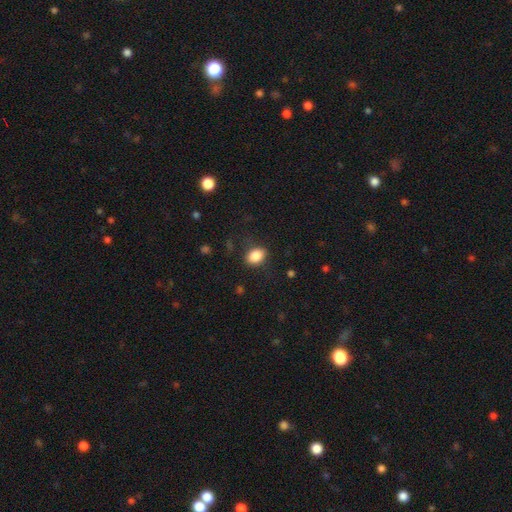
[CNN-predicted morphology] smooth 85%, star or artifact 9%, featured or disk 6%. Down the decision tree: how rounded — in between (71%); merging — none (81%).